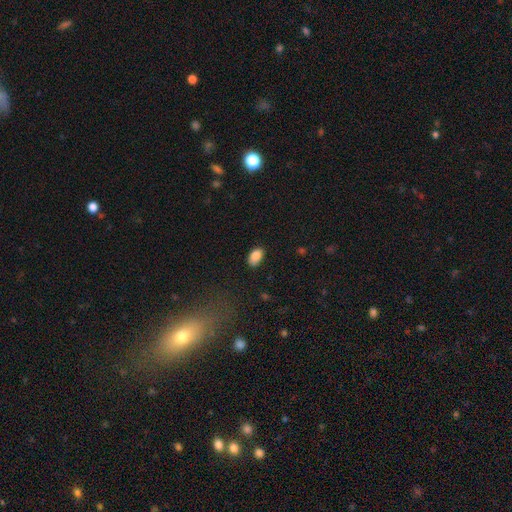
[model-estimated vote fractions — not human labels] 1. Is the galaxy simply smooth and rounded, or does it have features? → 85% smooth, 8% star or artifact, 7% featured or disk.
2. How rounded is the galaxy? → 91% in between, 8% round, 1% cigar-shaped.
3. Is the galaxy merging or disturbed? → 80% none, 16% minor disturbance, 3% major disturbance, 1% merger.